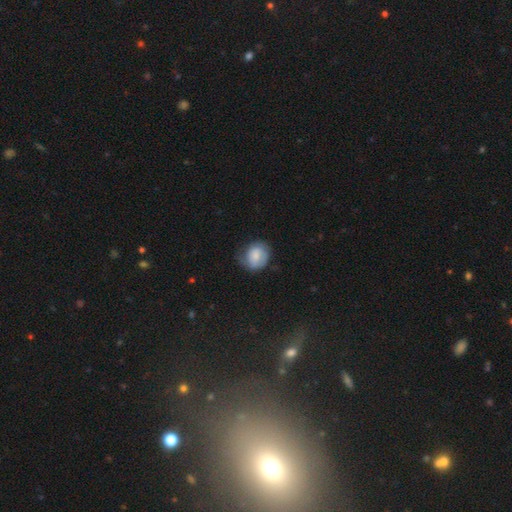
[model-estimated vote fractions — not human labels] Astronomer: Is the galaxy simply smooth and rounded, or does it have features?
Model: smooth — 67%.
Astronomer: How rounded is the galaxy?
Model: round — 69%.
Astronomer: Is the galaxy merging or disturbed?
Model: none — 56% (runner-up: minor disturbance, 31%).